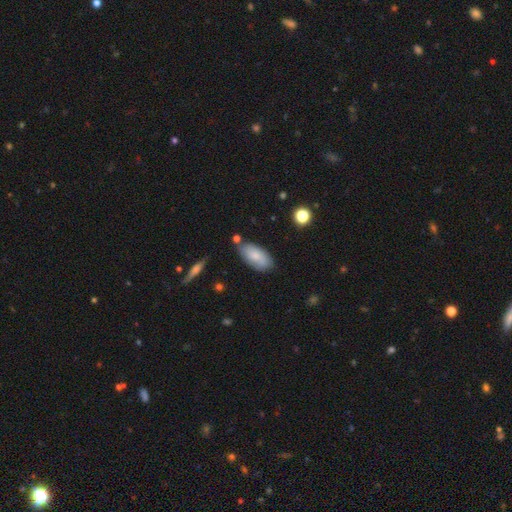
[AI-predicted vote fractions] Smooth or featured? Predicted: smooth (p=0.77). How rounded? Predicted: in between (p=0.93). Merging? Predicted: none (p=0.72).